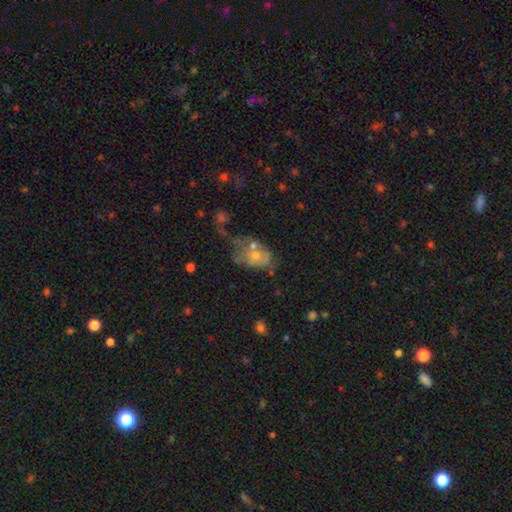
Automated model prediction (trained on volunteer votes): smooth_or_featured: smooth (p=0.44) [alt: featured or disk p=0.42]
merging: major disturbance (p=0.29) [alt: merger p=0.27]